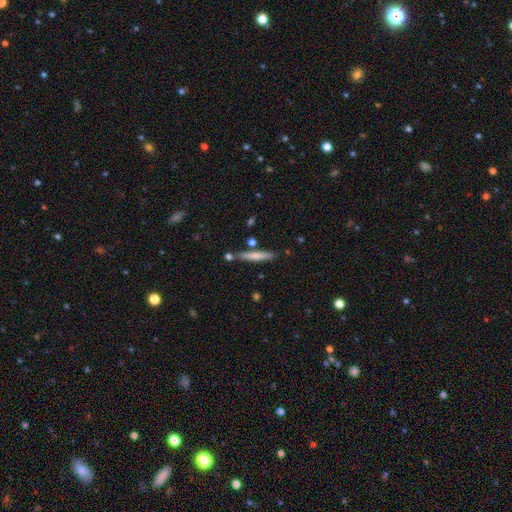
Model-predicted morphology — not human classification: type=smooth (64%); roundness=cigar-shaped (93%); merging=none (77%).